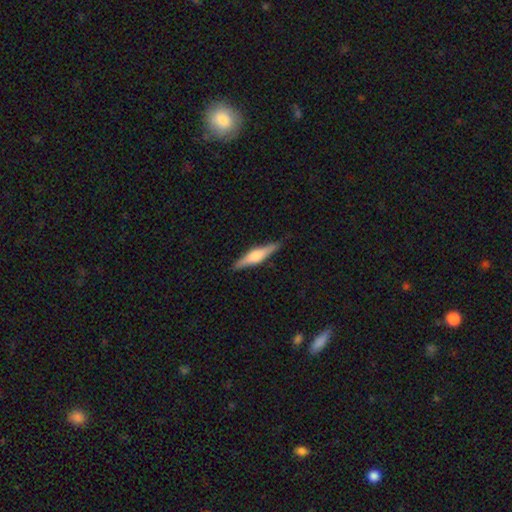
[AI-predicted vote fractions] featured or disk 61%, smooth 33%, star or artifact 6%. Down the decision tree: edge-on disk — yes (97%); edge-on bulge — rounded (79%); merging — none (88%).